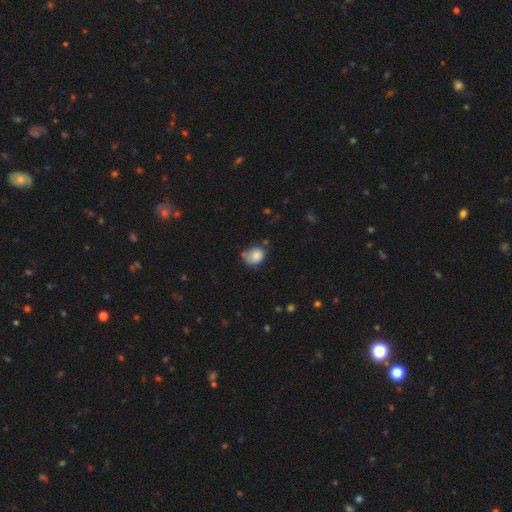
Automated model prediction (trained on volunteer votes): This appears to be a smooth galaxy with no disk features (83%) that is in between round and cigar-shaped (52%). Merging: none (44%).